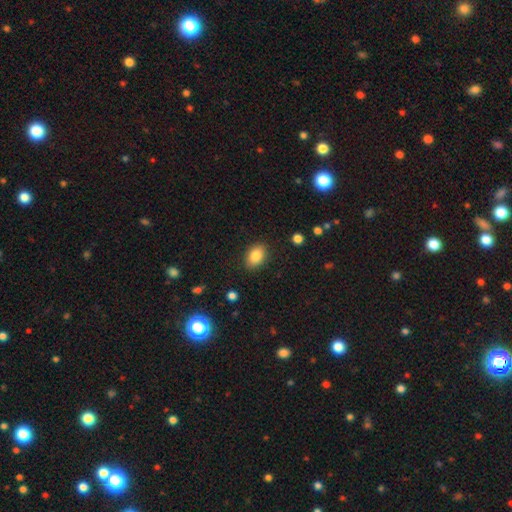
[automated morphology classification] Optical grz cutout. It shows a smooth galaxy with no disk features (85%) that is in between round and cigar-shaped (81%). Merging: none (86%).